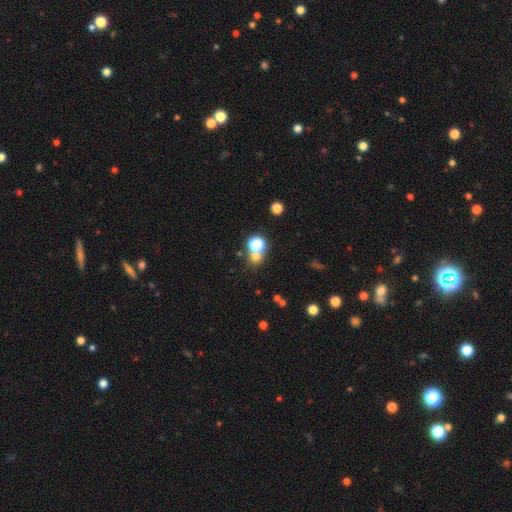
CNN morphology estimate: Smooth or featured? Predicted: smooth (p=0.64). How rounded? Predicted: round (p=0.83). Merging? Predicted: none (p=0.55).